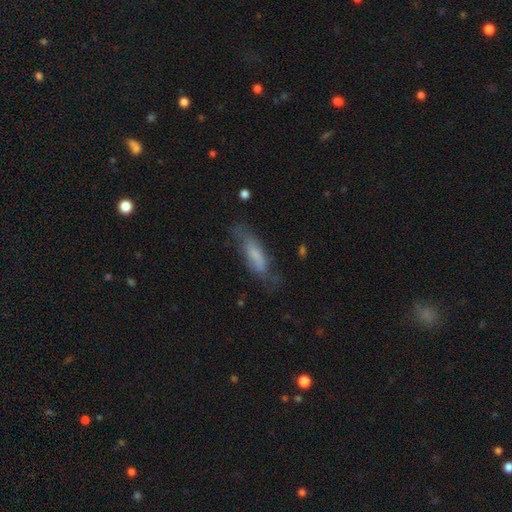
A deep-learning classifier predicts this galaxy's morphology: smooth 61%, featured or disk 31%, star or artifact 8%. Down the decision tree: how rounded — cigar-shaped (56%); merging — none (58%).